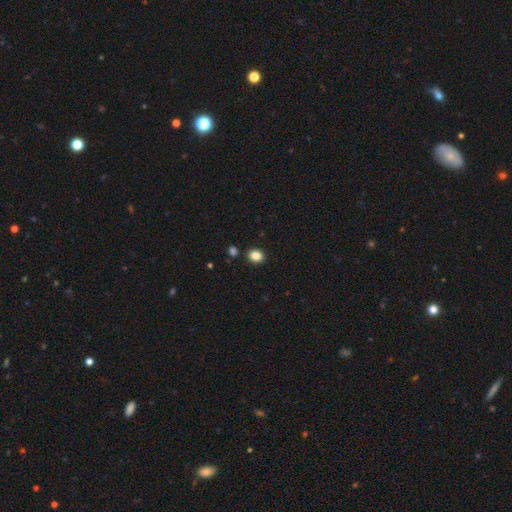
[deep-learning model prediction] smooth 86%, star or artifact 10%, featured or disk 4%. Down the decision tree: how rounded — in between (56%); merging — none (87%).